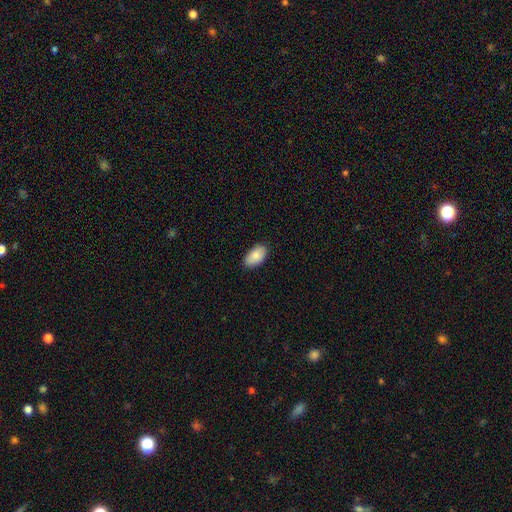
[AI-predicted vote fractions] Smooth or featured?
  - smooth: 86% *
  - featured or disk: 7%
  - star or artifact: 6%
How rounded?
  - in between: 95% *
  - round: 3%
  - cigar-shaped: 2%
Merging?
  - none: 87% *
  - minor disturbance: 11%
  - major disturbance: 2%
  - merger: 1%